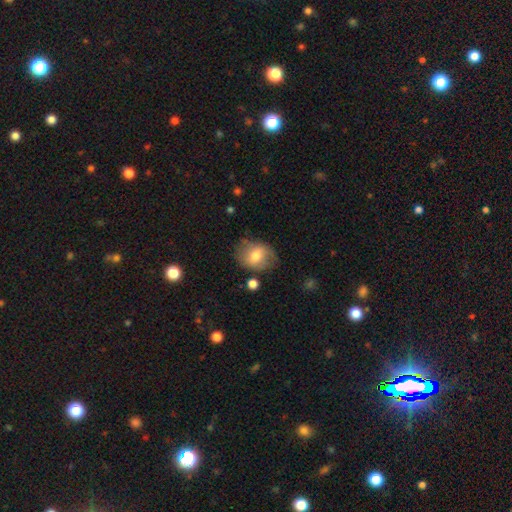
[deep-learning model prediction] This appears to be a smooth galaxy with no disk features (65%) that is in between round and cigar-shaped (56%). Merging: none (65%).